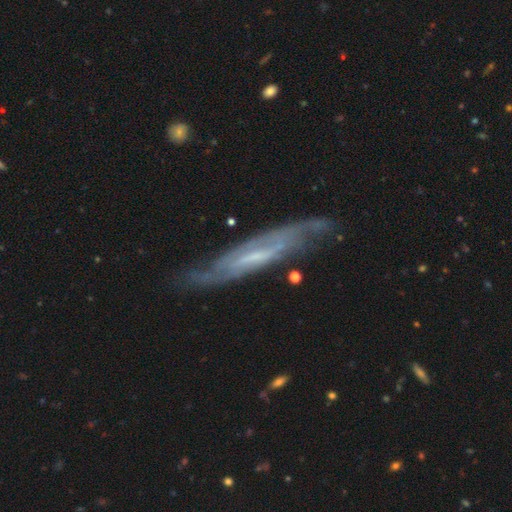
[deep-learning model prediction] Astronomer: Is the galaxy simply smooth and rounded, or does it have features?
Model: featured or disk — 79%.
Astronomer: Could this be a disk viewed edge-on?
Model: no — 58% (runner-up: yes, 42%).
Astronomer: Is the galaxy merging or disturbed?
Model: none — 69%.